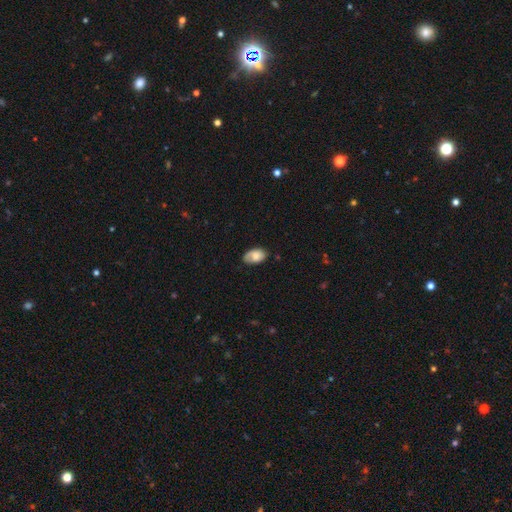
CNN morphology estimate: Smooth or featured? smooth (67%)
How rounded? in between (91%)
Merging? none (62%)